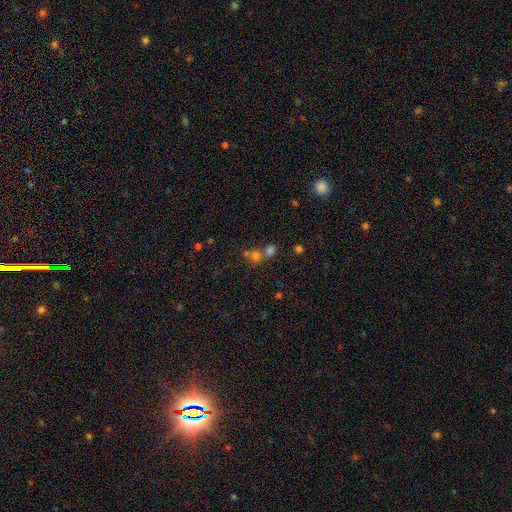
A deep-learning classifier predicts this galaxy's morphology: Overall: smooth (65%). How rounded: round (79%). Merging: merger (45%; none 44%).